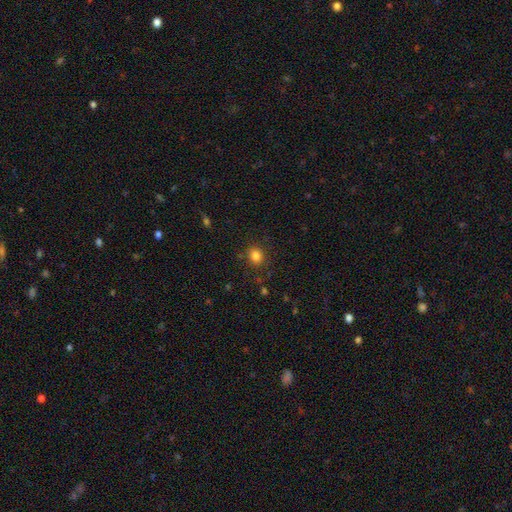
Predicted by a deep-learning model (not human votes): A smooth galaxy with no disk features (83%) that is round (76%). Merging: none (86%).